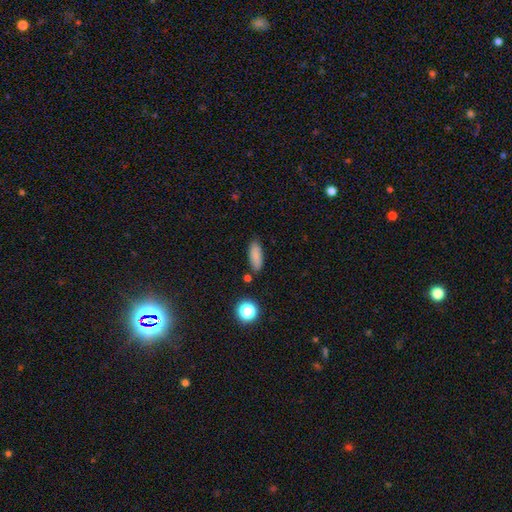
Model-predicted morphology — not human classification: Smooth or featured?
  - smooth: 83% *
  - star or artifact: 9%
  - featured or disk: 7%
How rounded?
  - in between: 74% *
  - cigar-shaped: 22%
  - round: 4%
Merging?
  - none: 81% *
  - minor disturbance: 12%
  - merger: 4%
  - major disturbance: 3%